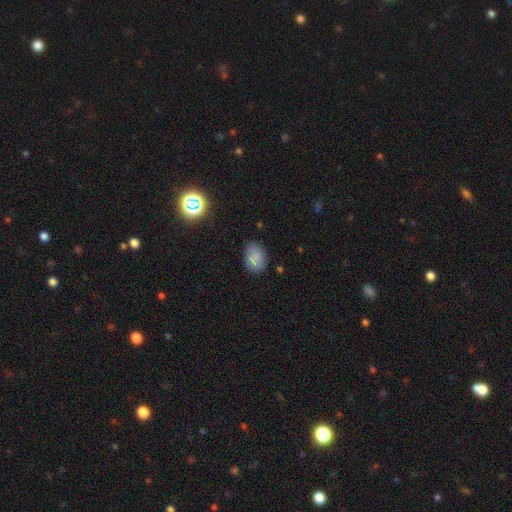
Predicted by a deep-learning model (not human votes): smooth_or_featured: smooth (p=0.77) [alt: featured or disk p=0.12]
how_rounded: in between (p=0.77) [alt: round p=0.22]
merging: none (p=0.72) [alt: minor disturbance p=0.19]